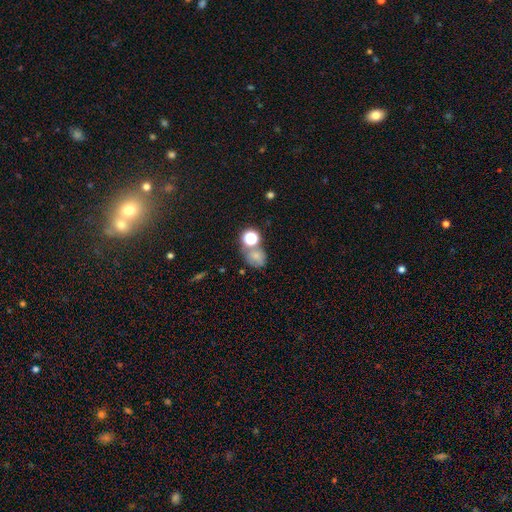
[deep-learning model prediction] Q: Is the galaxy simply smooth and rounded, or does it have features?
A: smooth — 64%.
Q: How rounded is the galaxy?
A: round — 60%.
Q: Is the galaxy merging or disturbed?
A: none — 48%.